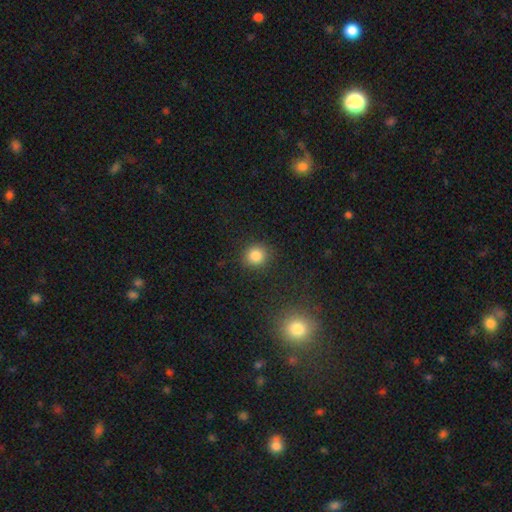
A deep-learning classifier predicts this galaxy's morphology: This is clearly a smooth galaxy (84%). How rounded: clearly round (85%). Merging: clearly none (88%).